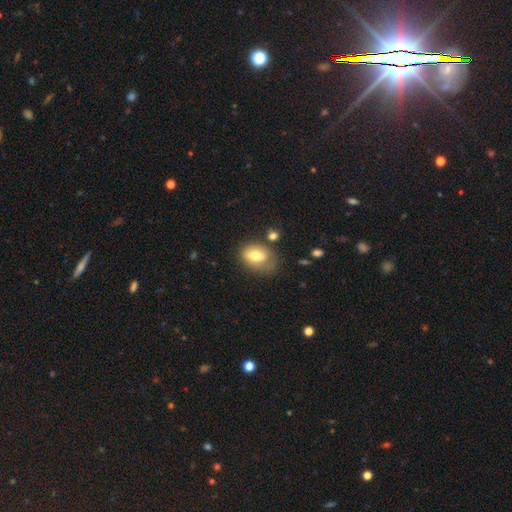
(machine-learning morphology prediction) Smooth or featured? smooth (69%)
How rounded? in between (78%)
Merging? none (54%)